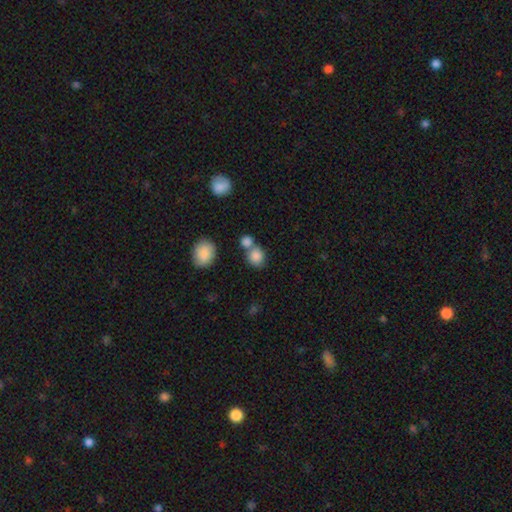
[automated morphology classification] Smooth or featured?
  - smooth: 84% *
  - star or artifact: 9%
  - featured or disk: 7%
How rounded?
  - round: 73% *
  - in between: 26%
  - cigar-shaped: 1%
Merging?
  - none: 46% *
  - merger: 41%
  - minor disturbance: 9%
  - major disturbance: 4%